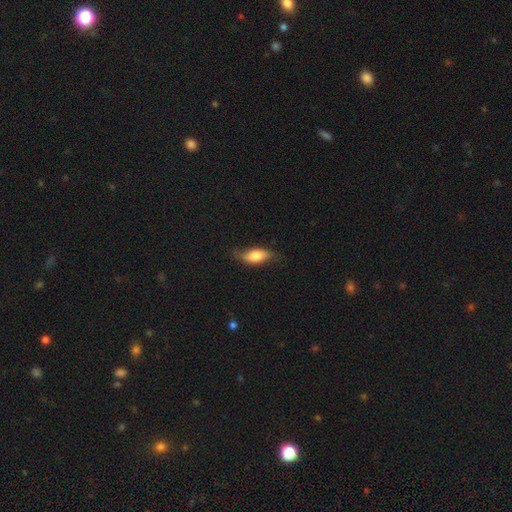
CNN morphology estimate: smooth_or_featured: smooth (p=0.72) [alt: featured or disk p=0.21]
how_rounded: in between (p=0.79) [alt: cigar-shaped p=0.17]
merging: none (p=0.67) [alt: minor disturbance p=0.26]